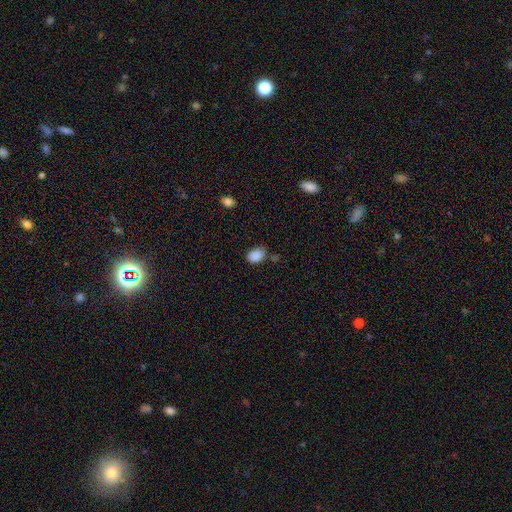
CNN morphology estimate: smooth-or-featured: smooth: 88% | star or artifact: 9% | featured or disk: 3%
  how-rounded: in between: 79% | round: 20% | cigar-shaped: 1%
  merging: none: 68% | minor disturbance: 21% | merger: 6% | major disturbance: 5%